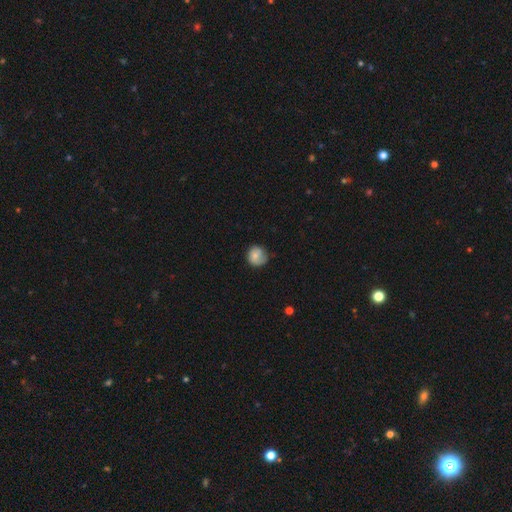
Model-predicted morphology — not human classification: smooth 71%, featured or disk 21%, star or artifact 8%. Down the decision tree: how rounded — round (83%); merging — none (62%).